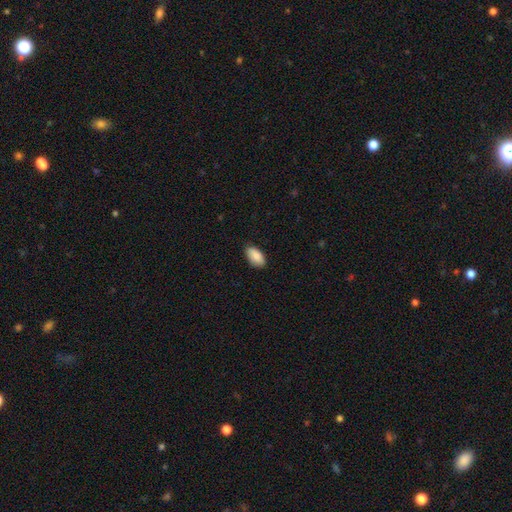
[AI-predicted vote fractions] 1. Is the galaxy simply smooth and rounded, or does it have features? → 89% smooth, 6% star or artifact, 4% featured or disk.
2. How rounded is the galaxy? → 94% in between, 3% cigar-shaped, 3% round.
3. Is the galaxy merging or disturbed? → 85% none, 12% minor disturbance, 2% major disturbance, 1% merger.